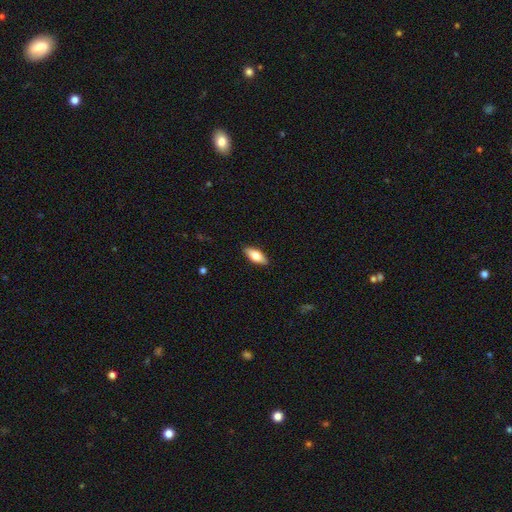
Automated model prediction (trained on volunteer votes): The model was most divided on "smooth or featured": smooth: 69%, featured or disk: 25%, star or artifact: 6%. More confident: merging — none (89%); how rounded — in between (79%).